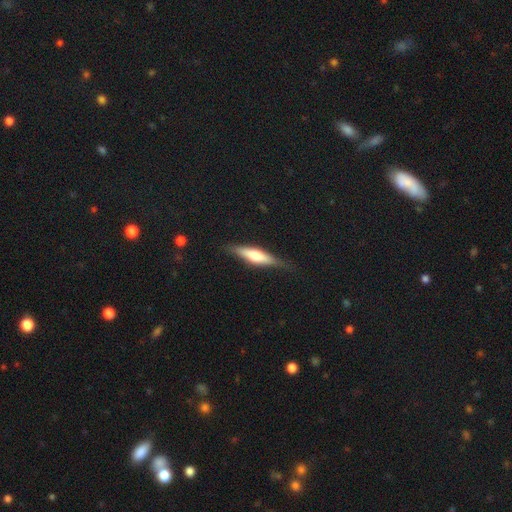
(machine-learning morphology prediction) smooth_or_featured: featured or disk (p=0.49) [alt: smooth p=0.45]
merging: none (p=0.80) [alt: minor disturbance p=0.15]